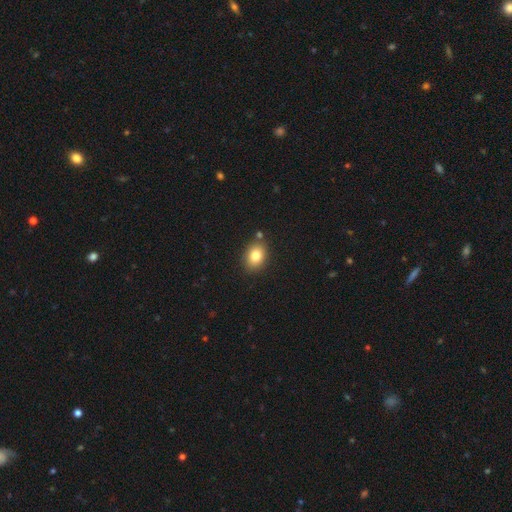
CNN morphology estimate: A smooth galaxy with no disk features (82%) that is in between round and cigar-shaped (66%). Merging: none (81%).